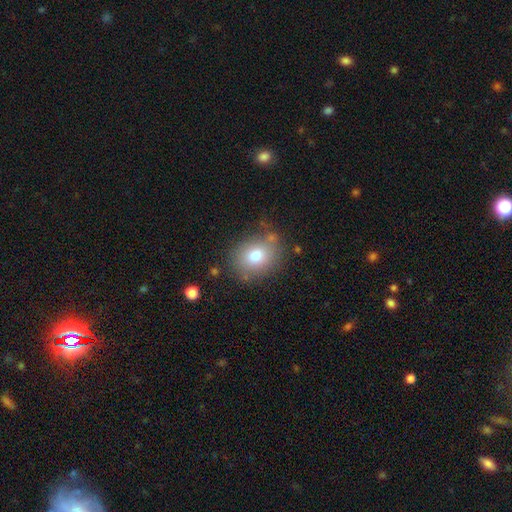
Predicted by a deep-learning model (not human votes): Smooth or featured? Predicted: smooth (p=0.77). How rounded? Predicted: round (p=0.60). Merging? Predicted: none (p=0.74).